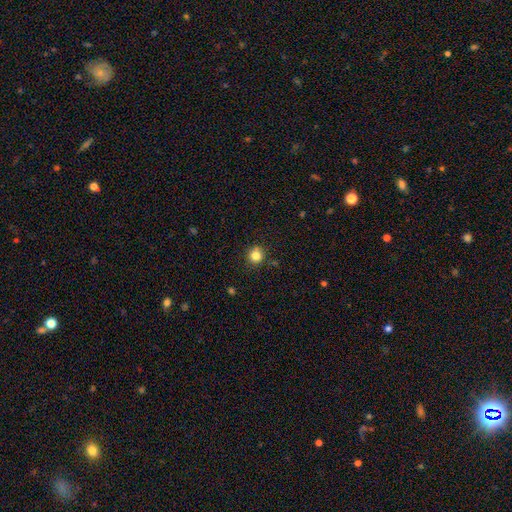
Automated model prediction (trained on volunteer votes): smooth 82%, star or artifact 12%, featured or disk 5%. Down the decision tree: how rounded — round (92%); merging — none (87%).